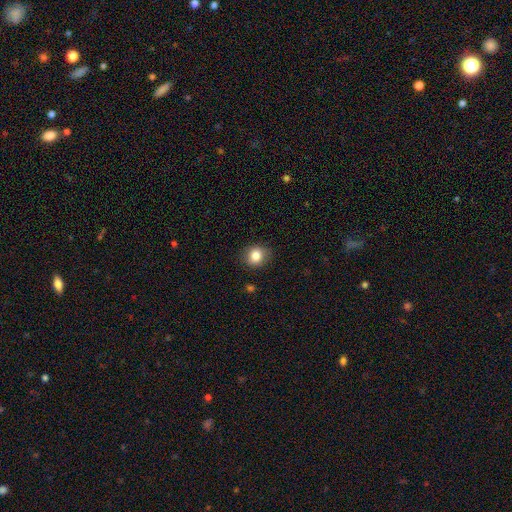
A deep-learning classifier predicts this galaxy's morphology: Smooth or featured? smooth (83%)
How rounded? round (74%)
Merging? none (87%)